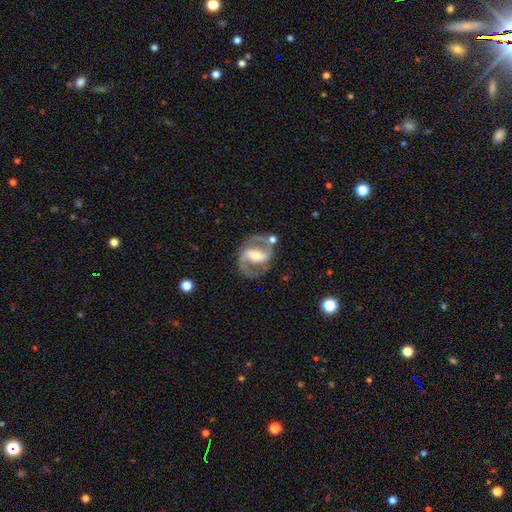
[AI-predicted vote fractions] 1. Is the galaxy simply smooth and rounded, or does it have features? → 89% featured or disk, 6% smooth, 5% star or artifact.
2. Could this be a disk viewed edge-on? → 97% no, 3% yes.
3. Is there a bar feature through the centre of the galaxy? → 59% strong, 29% weak, 12% no.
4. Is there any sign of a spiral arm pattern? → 95% yes, 5% no.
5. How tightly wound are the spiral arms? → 62% medium, 21% tight, 17% loose.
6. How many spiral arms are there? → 92% 2, 2% can't tell, 2% 1, 1% 3, 1% 4, 1% more than 4.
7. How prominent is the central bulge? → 60% moderate, 30% small, 7% large, 2% none, 1% dominant.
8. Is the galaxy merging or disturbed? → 77% none, 13% minor disturbance, 6% major disturbance, 5% merger.